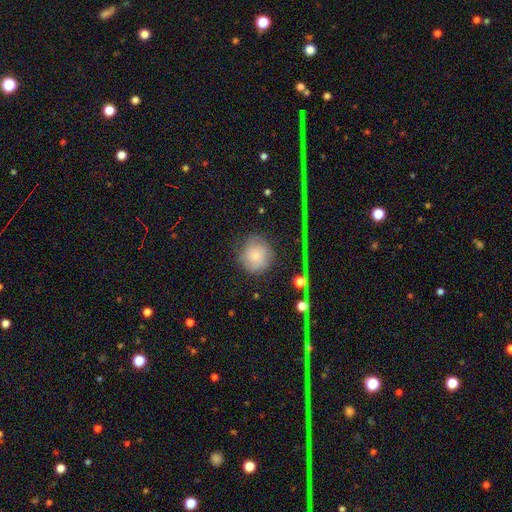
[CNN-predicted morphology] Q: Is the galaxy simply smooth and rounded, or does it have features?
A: smooth — 69%.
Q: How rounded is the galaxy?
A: round — 90%.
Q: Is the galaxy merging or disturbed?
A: none — 69%.